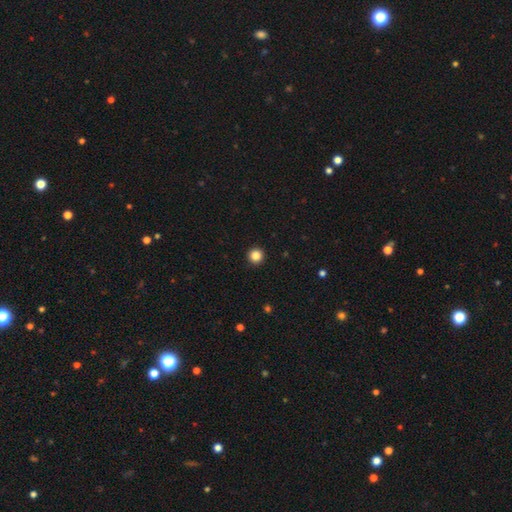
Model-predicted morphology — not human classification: Smooth or featured? Predicted: smooth (p=0.85). How rounded? Predicted: round (p=0.96). Merging? Predicted: none (p=0.94).